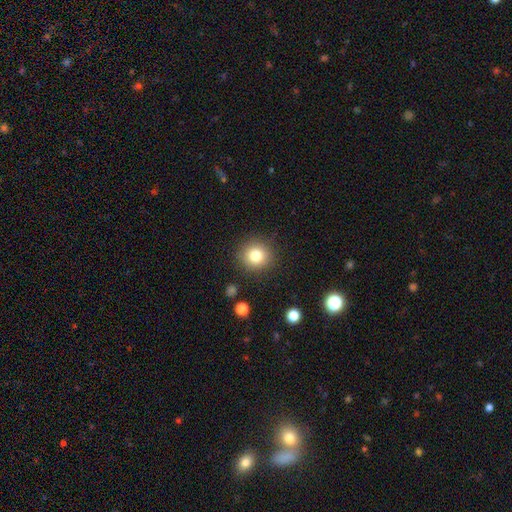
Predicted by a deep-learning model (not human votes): Smooth or featured? Predicted: smooth (p=0.80). How rounded? Predicted: round (p=0.89). Merging? Predicted: none (p=0.88).